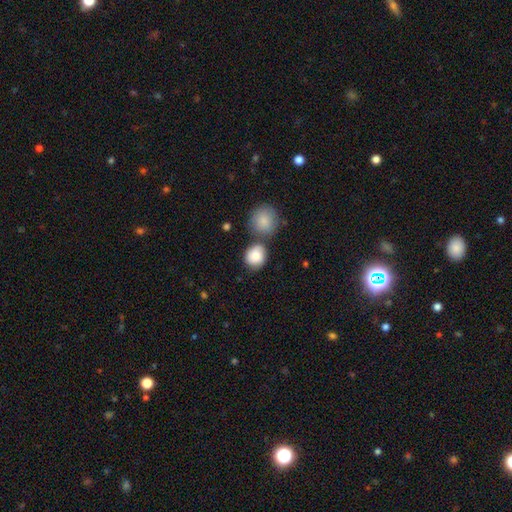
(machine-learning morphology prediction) Smooth or featured? smooth (84%)
How rounded? round (80%)
Merging? none (59%)